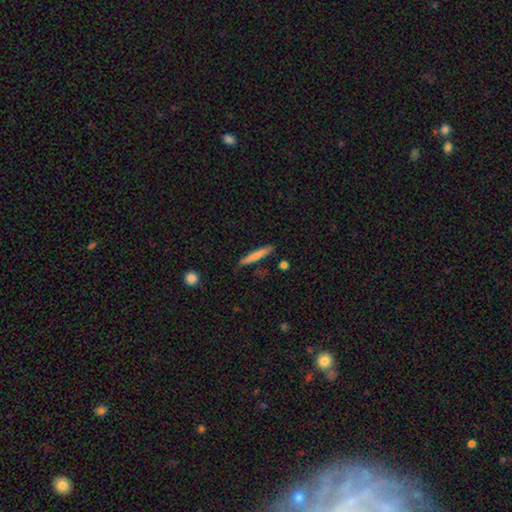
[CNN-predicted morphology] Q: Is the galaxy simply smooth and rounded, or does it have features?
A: smooth — 74%.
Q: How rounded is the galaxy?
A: cigar-shaped — 94%.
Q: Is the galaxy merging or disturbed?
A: none — 86%.